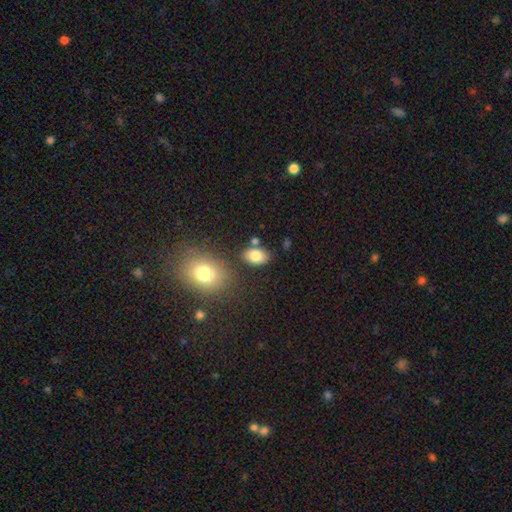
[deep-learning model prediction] Overall: smooth (82%). How rounded: in between (83%). Merging: none (76%).